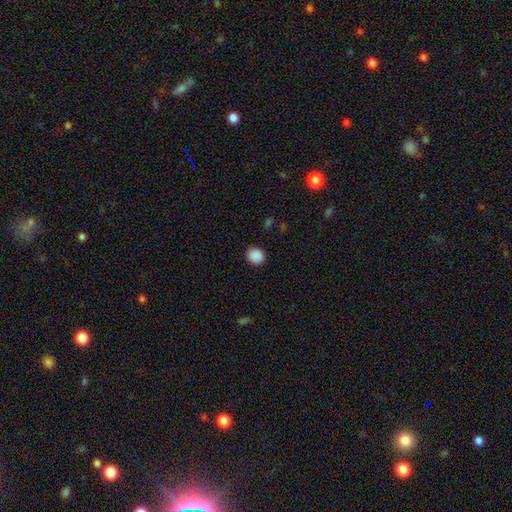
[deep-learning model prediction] This appears to be a smooth galaxy with no disk features (89%) that is round (70%). Merging: none (90%).